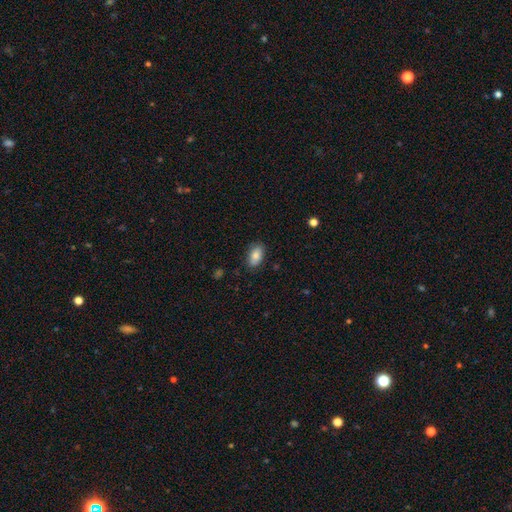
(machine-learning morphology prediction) Smooth or featured?
  - smooth: 82% *
  - featured or disk: 10%
  - star or artifact: 7%
How rounded?
  - in between: 92% *
  - round: 6%
  - cigar-shaped: 2%
Merging?
  - none: 83% *
  - minor disturbance: 13%
  - major disturbance: 3%
  - merger: 1%